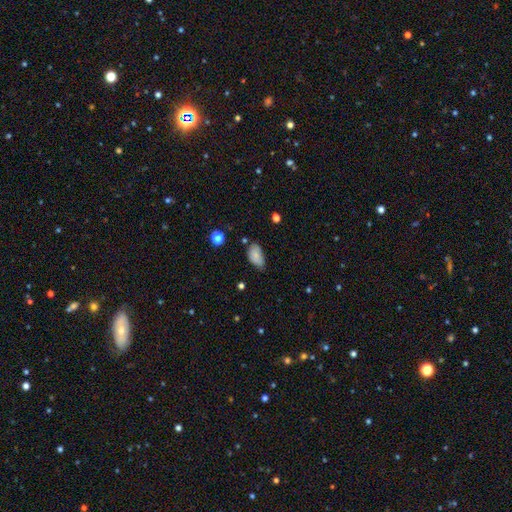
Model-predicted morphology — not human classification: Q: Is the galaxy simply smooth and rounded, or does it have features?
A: smooth — 81%.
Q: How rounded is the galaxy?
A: in between — 92%.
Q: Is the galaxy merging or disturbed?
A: none — 52%.